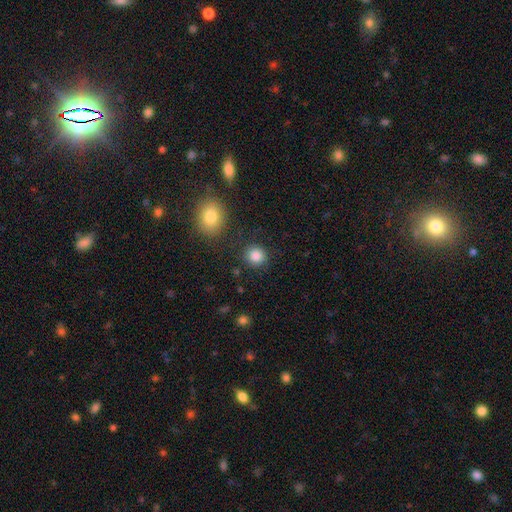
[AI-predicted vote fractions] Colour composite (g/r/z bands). It shows a smooth galaxy with no disk features (86%) that is round (88%). Merging: none (86%).